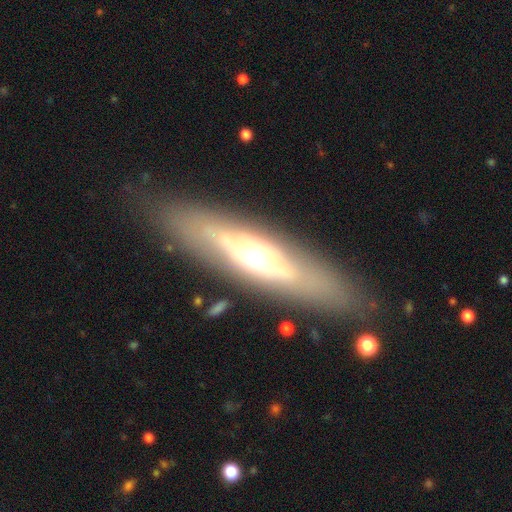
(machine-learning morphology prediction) Smooth or featured? Predicted: featured or disk (p=0.62). Edge-on disk? Predicted: yes (p=0.59). Merging? Predicted: none (p=0.83).